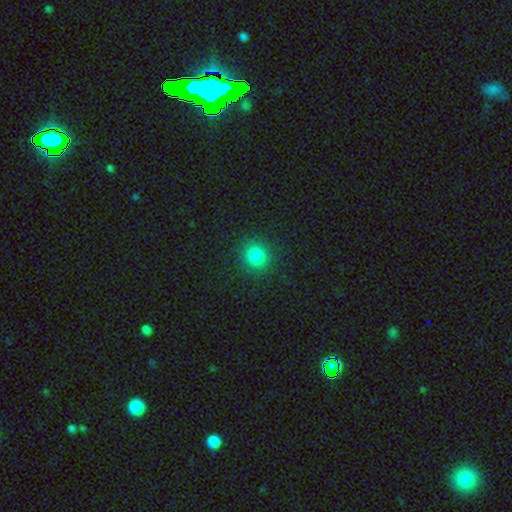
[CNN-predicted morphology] This appears to be a smooth galaxy with no disk features (82%) that is round (88%). Merging: none (91%).